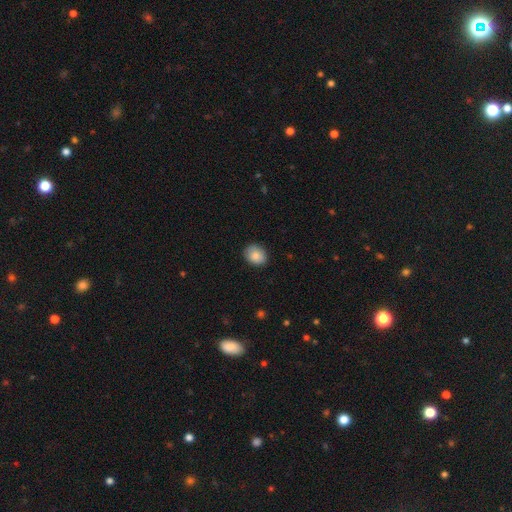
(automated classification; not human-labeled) A smooth galaxy with no disk features (86%) that is round (52%).

Vote fractions:
- Smooth or featured? smooth: 86% / star or artifact: 8% / featured or disk: 6%
- How rounded? round: 52% / in between: 47% / cigar-shaped: 1%
- Merging? none: 87% / minor disturbance: 10% / major disturbance: 2% / merger: 1%